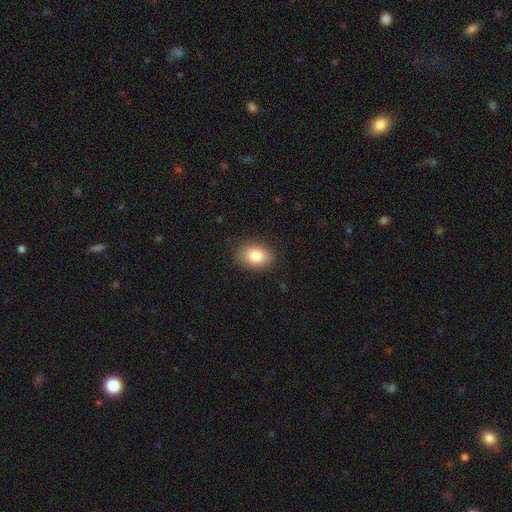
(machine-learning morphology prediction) type=smooth (85%); roundness=in between (78%); merging=none (87%).